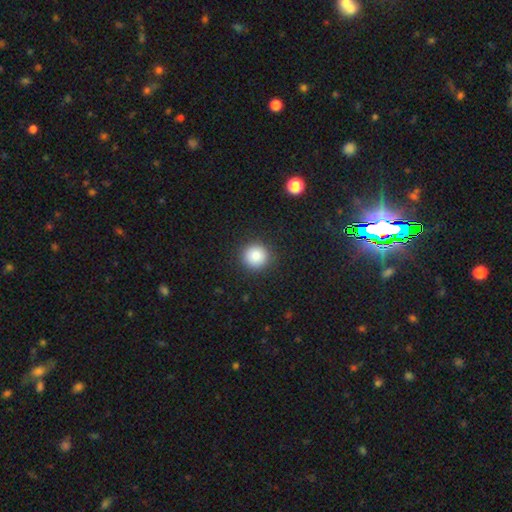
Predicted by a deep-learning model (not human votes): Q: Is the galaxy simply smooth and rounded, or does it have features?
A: smooth — 86%.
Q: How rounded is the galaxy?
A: round — 94%.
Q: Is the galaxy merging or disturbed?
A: none — 91%.